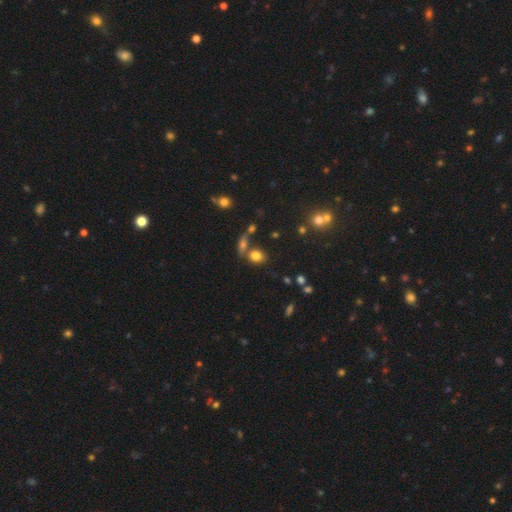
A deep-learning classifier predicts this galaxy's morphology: smooth-or-featured: smooth: 77% | star or artifact: 14% | featured or disk: 9%
  how-rounded: in between: 52% | round: 46% | cigar-shaped: 2%
  merging: none: 58% | merger: 25% | minor disturbance: 12% | major disturbance: 5%